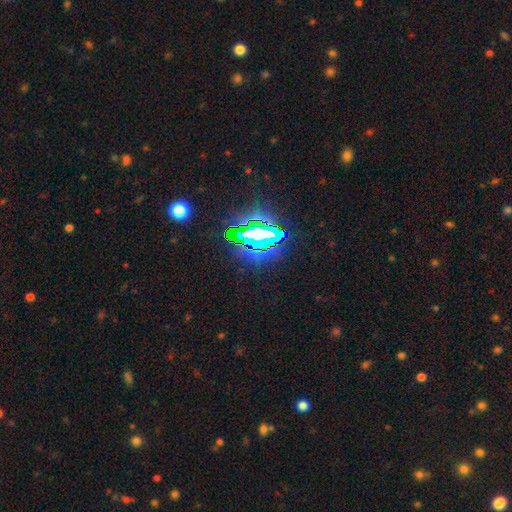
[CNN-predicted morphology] This is clearly a star or artifact rather than a galaxy (84%).